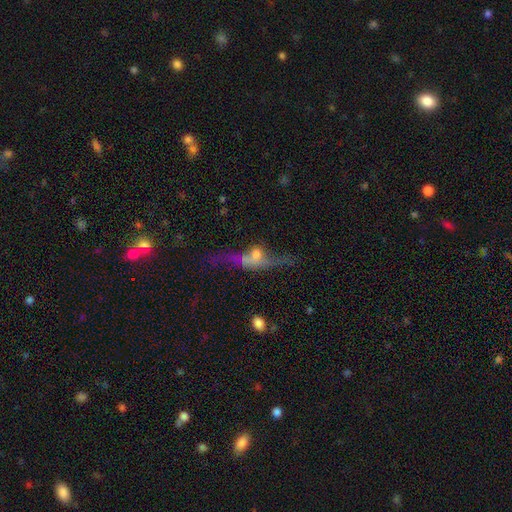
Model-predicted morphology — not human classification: A featured or disk galaxy (68%) viewed edge-on (75%) with a rounded central bulge (82%). Merging: none (55%).